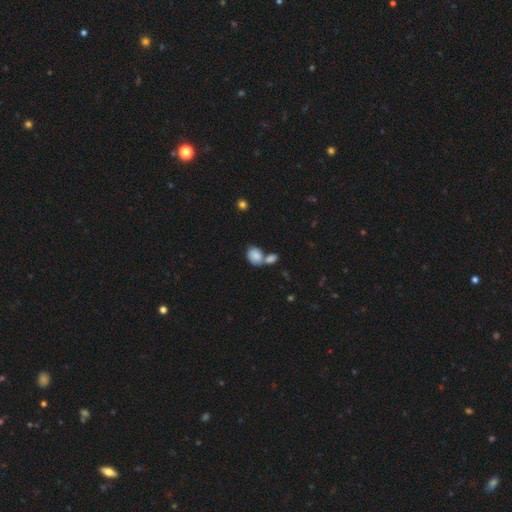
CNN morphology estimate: The model was most divided on "how rounded": in between: 58%, round: 41%, cigar-shaped: 1%. More confident: smooth or featured — smooth (79%); merging — merger (52%).